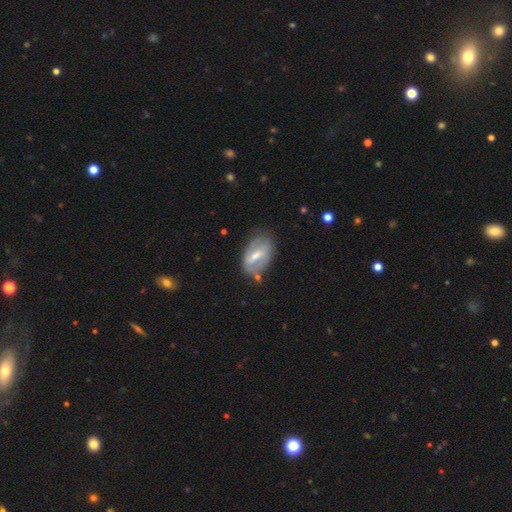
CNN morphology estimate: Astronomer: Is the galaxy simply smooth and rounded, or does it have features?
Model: featured or disk — 59% (runner-up: smooth, 35%).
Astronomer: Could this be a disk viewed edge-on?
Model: no — 92%.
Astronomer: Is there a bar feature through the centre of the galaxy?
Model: strong — 46% (runner-up: weak, 42%).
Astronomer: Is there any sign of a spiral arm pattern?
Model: no — 51% (runner-up: yes, 49%).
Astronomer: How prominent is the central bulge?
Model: moderate — 48% (runner-up: small, 41%).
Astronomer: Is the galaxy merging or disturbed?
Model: none — 62%.